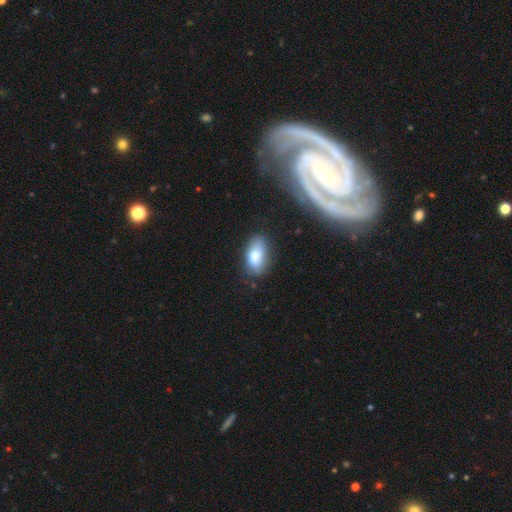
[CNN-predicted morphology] Smooth or featured: smooth — 82% (featured or disk — 10%)
How rounded: in between — 92% (round — 5%)
Merging: none — 72% (minor disturbance — 21%)